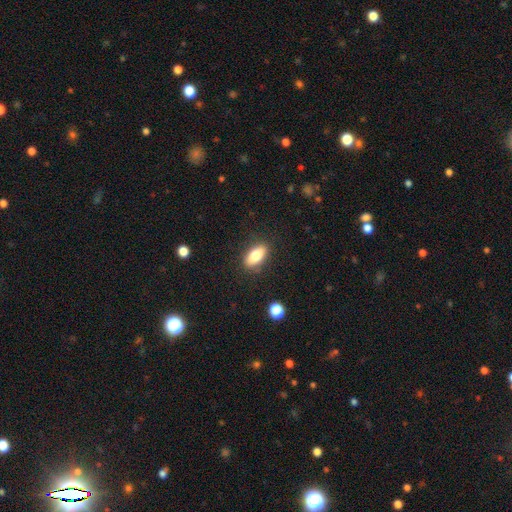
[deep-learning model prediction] Smooth or featured?
  - smooth: 78% *
  - featured or disk: 14%
  - star or artifact: 7%
How rounded?
  - in between: 84% *
  - cigar-shaped: 12%
  - round: 4%
Merging?
  - none: 86% *
  - minor disturbance: 10%
  - major disturbance: 3%
  - merger: 1%